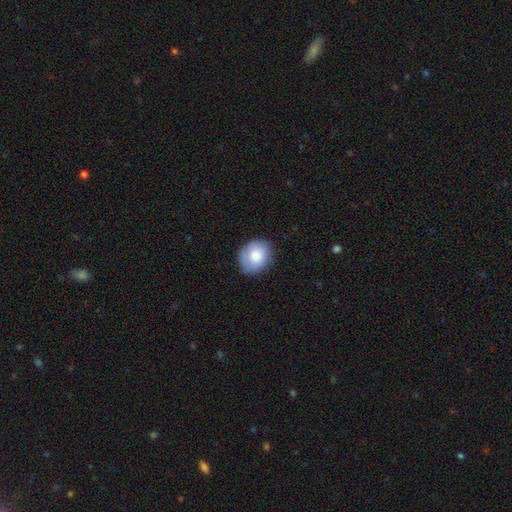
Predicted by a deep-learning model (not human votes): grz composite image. It shows a smooth galaxy with no disk features (81%) that is round (56%). Merging: none (79%).